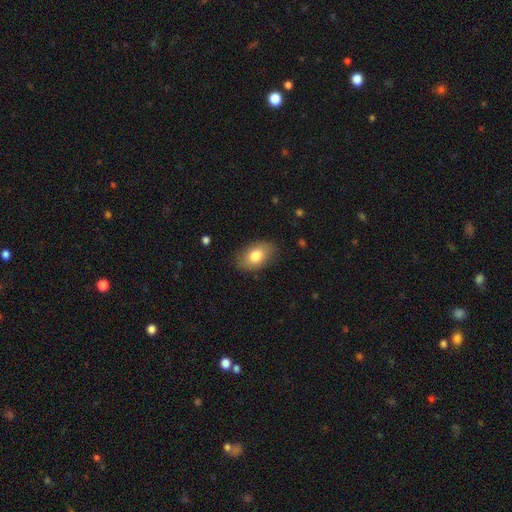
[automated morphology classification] Smooth or featured?
  - smooth: 80% *
  - featured or disk: 13%
  - star or artifact: 7%
How rounded?
  - in between: 89% *
  - round: 10%
  - cigar-shaped: 1%
Merging?
  - none: 84% *
  - minor disturbance: 12%
  - major disturbance: 3%
  - merger: 1%